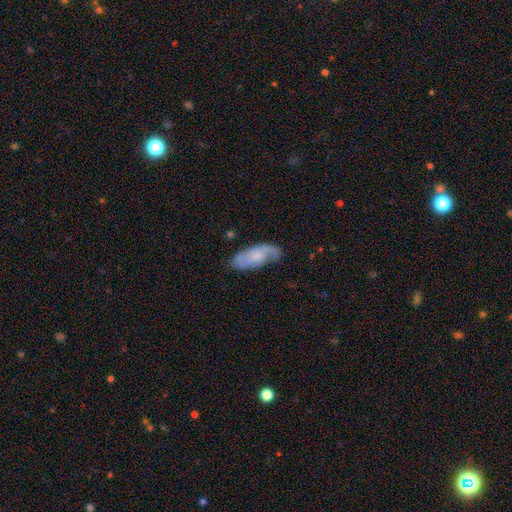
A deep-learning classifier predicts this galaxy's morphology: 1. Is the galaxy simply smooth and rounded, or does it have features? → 68% featured or disk, 26% smooth, 6% star or artifact.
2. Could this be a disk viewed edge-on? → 92% no, 8% yes.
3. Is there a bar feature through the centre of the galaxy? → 67% no, 29% weak, 4% strong.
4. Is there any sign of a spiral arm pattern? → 91% yes, 9% no.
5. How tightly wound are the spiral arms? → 44% medium, 29% tight, 27% loose.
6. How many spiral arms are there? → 59% 2, 18% can't tell, 13% 1, 6% 3, 2% 4, 2% more than 4.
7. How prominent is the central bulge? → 46% small, 28% moderate, 21% none, 4% large, 1% dominant.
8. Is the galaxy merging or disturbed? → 66% none, 23% minor disturbance, 9% major disturbance, 2% merger.